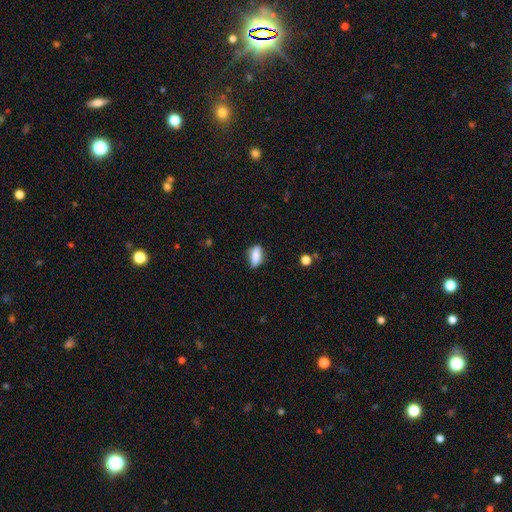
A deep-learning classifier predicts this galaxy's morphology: Smooth or featured?
  - smooth: 82% *
  - featured or disk: 11%
  - star or artifact: 7%
How rounded?
  - in between: 77% *
  - cigar-shaped: 18%
  - round: 4%
Merging?
  - none: 77% *
  - minor disturbance: 17%
  - major disturbance: 4%
  - merger: 2%